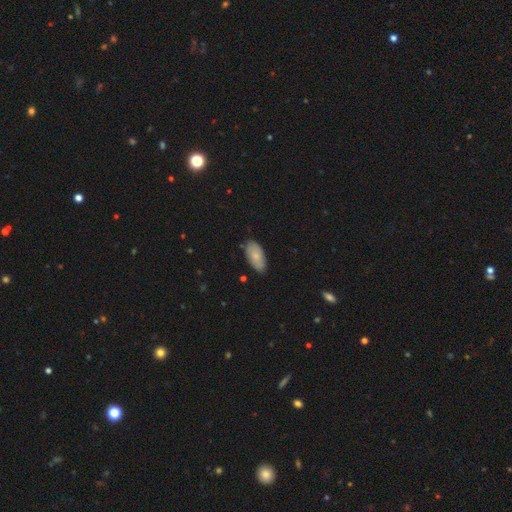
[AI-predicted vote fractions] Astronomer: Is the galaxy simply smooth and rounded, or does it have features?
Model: smooth — 76%.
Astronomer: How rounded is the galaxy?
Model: in between — 93%.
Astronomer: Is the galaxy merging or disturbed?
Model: none — 80%.